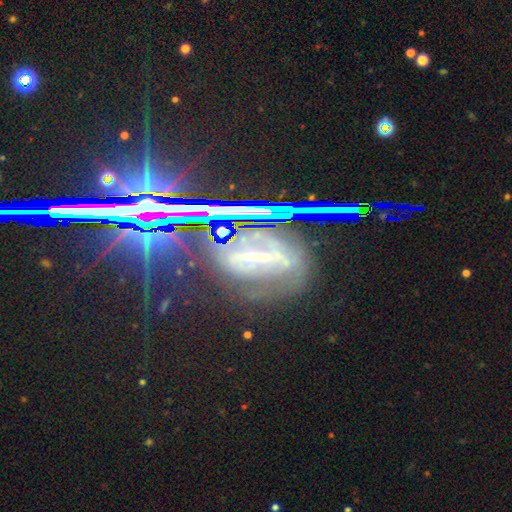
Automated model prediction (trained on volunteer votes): Smooth or featured?
  - featured or disk: 52% *
  - star or artifact: 36%
  - smooth: 12%
Edge-on disk?
  - no: 82% *
  - yes: 18%
Merging?
  - none: 55% *
  - minor disturbance: 20%
  - major disturbance: 20%
  - merger: 5%